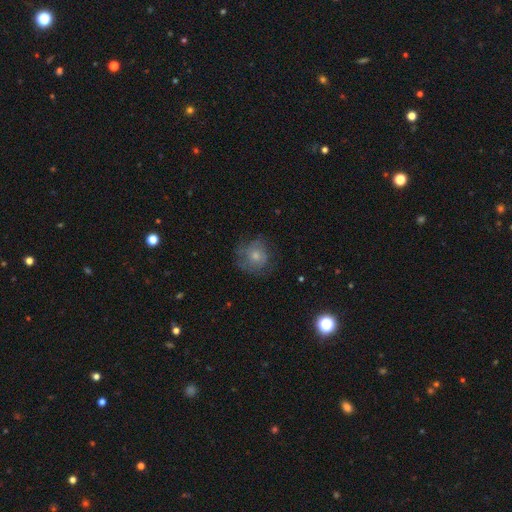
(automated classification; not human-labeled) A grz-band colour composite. It shows a smooth galaxy with no disk features (58%) that is round (84%). Merging: none (62%).